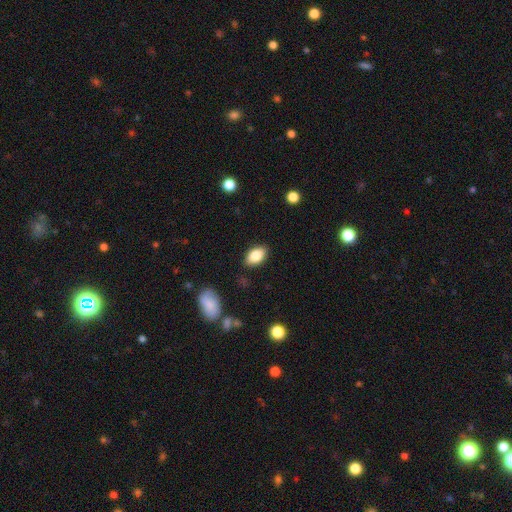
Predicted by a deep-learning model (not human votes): The model was most divided on "smooth or featured": smooth: 83%, featured or disk: 9%, star or artifact: 8%. More confident: how rounded — in between (91%); merging — none (86%).